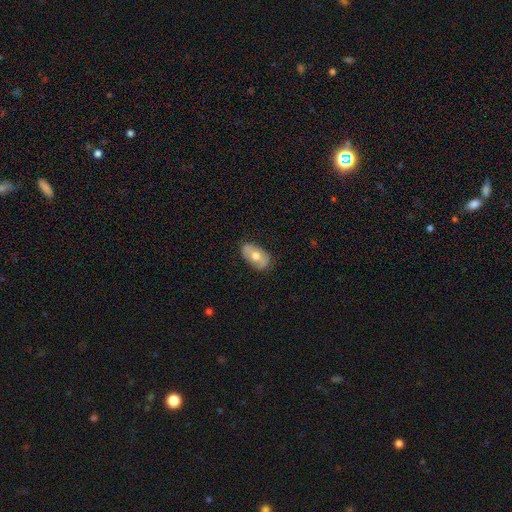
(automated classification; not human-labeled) This is possibly a smooth galaxy (58%). How rounded: clearly in between (92%). Merging: likely none (79%).